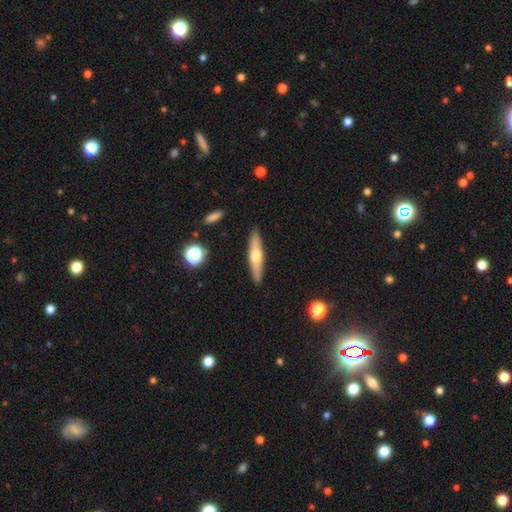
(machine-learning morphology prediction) Q: Smooth or featured?
A: featured or disk (49%); runner-up: smooth (44%)
Q: Merging?
A: none (90%); runner-up: minor disturbance (7%)